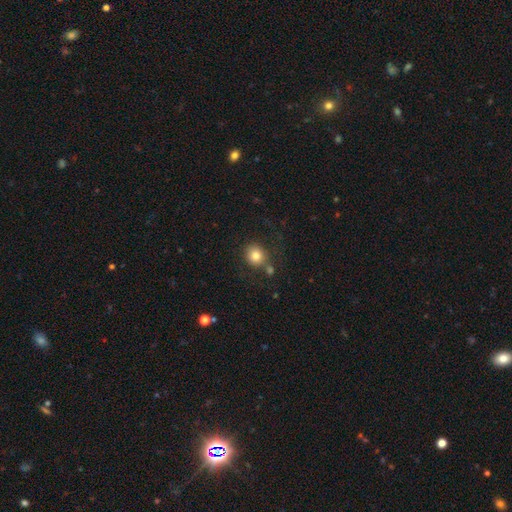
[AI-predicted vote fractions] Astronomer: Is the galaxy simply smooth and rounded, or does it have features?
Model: smooth — 80%.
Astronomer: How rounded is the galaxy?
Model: round — 84%.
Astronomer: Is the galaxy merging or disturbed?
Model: none — 73%.